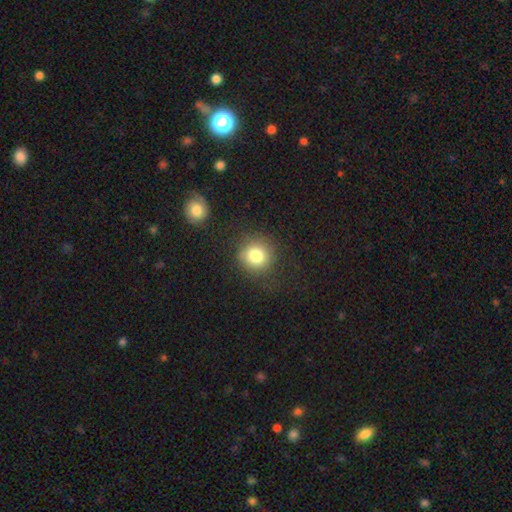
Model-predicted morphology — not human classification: A smooth galaxy with no disk features (81%) that is round (91%).

Vote fractions:
- Smooth or featured? smooth: 81% / star or artifact: 11% / featured or disk: 9%
- How rounded? round: 91% / in between: 8% / cigar-shaped: 1%
- Merging? none: 81% / minor disturbance: 11% / major disturbance: 6% / merger: 2%